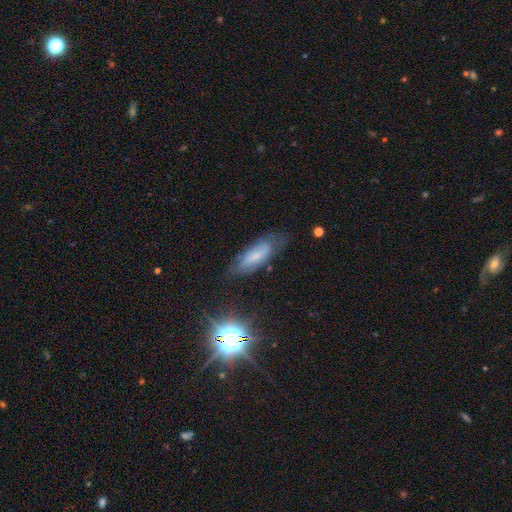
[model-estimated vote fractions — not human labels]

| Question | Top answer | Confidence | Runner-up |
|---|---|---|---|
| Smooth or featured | smooth | 49% | featured or disk (37%) |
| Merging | none | 65% | minor disturbance (25%) |